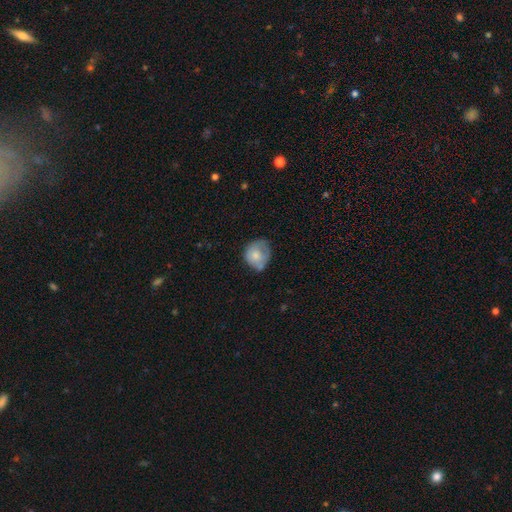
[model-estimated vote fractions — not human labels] smooth-or-featured: smooth: 68% | featured or disk: 25% | star or artifact: 7%
  how-rounded: round: 70% | in between: 29% | cigar-shaped: 1%
  merging: none: 44% | minor disturbance: 35% | major disturbance: 14% | merger: 8%